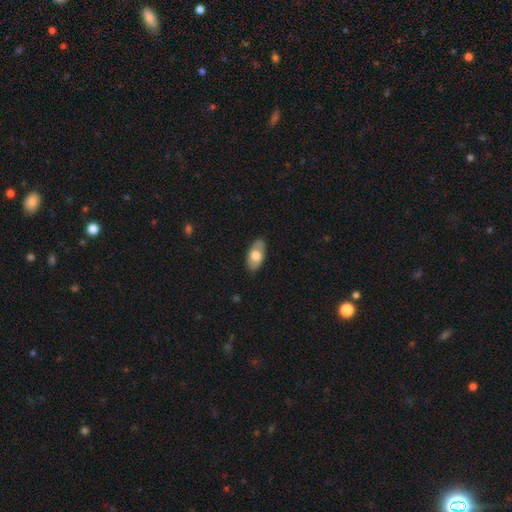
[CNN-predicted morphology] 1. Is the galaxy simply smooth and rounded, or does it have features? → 66% smooth, 29% featured or disk, 6% star or artifact.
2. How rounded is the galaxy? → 92% in between, 4% cigar-shaped, 4% round.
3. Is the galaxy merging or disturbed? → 82% none, 14% minor disturbance, 2% major disturbance, 1% merger.